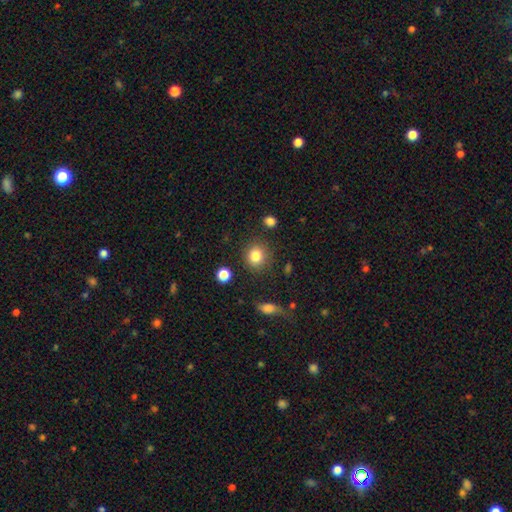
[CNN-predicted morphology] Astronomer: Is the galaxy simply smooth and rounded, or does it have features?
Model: smooth — 84%.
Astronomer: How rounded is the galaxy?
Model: round — 84%.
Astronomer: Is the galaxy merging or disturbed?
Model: none — 84%.